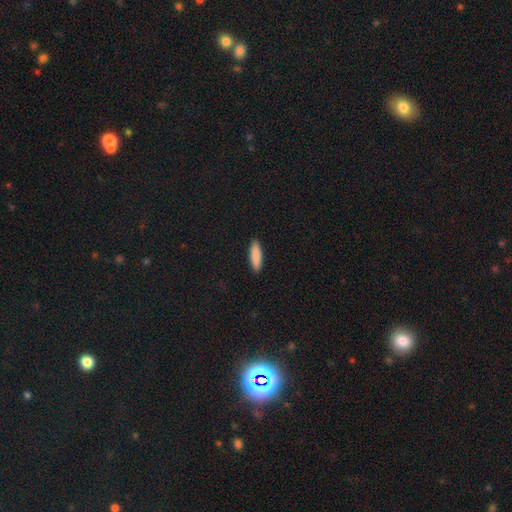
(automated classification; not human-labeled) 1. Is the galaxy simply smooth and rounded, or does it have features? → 88% smooth, 6% featured or disk, 6% star or artifact.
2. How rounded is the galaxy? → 67% cigar-shaped, 32% in between, 1% round.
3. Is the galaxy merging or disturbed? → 91% none, 6% minor disturbance, 1% major disturbance, 1% merger.